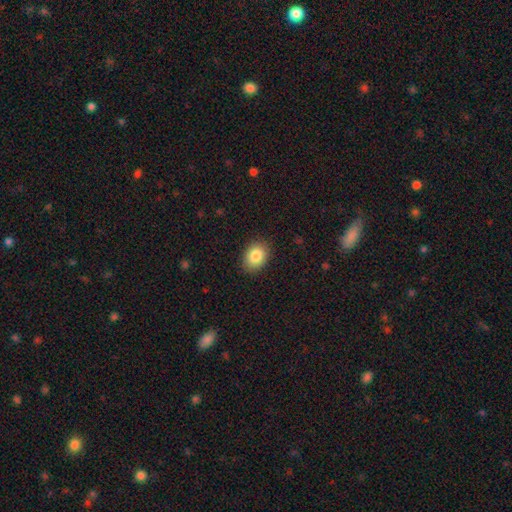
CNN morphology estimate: A smooth galaxy with no disk features (85%) that is in between round and cigar-shaped (73%).

Vote fractions:
- Smooth or featured? smooth: 85% / star or artifact: 8% / featured or disk: 7%
- How rounded? in between: 73% / round: 26% / cigar-shaped: 1%
- Merging? none: 88% / minor disturbance: 9% / major disturbance: 2% / merger: 1%